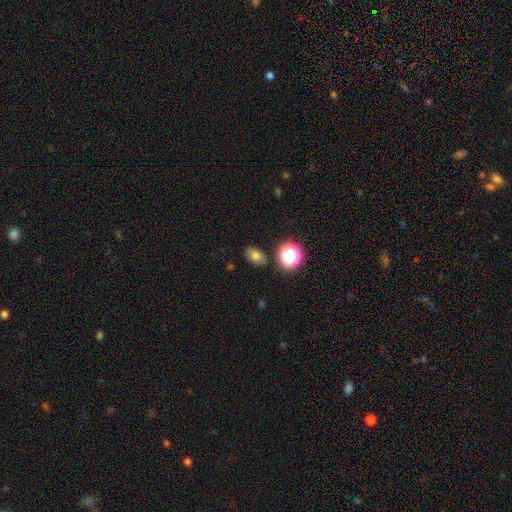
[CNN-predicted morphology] This appears to be a smooth galaxy with no disk features (74%) that is in between round and cigar-shaped (76%). Merging: none (83%).